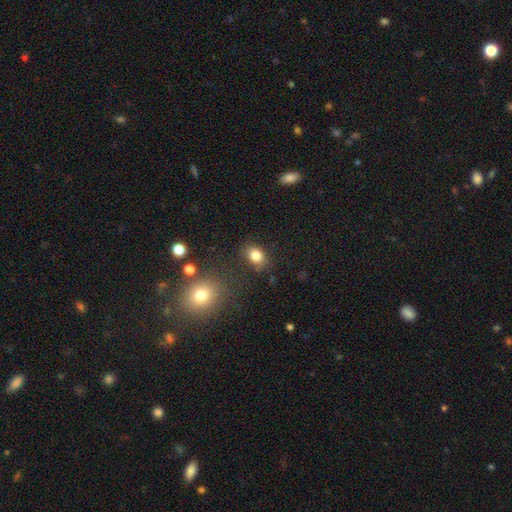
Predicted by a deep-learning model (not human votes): A smooth galaxy with no disk features (82%) that is in between round and cigar-shaped (63%).

Vote fractions:
- Smooth or featured? smooth: 82% / star or artifact: 11% / featured or disk: 7%
- How rounded? in between: 63% / round: 36% / cigar-shaped: 1%
- Merging? none: 77% / minor disturbance: 15% / major disturbance: 4% / merger: 4%